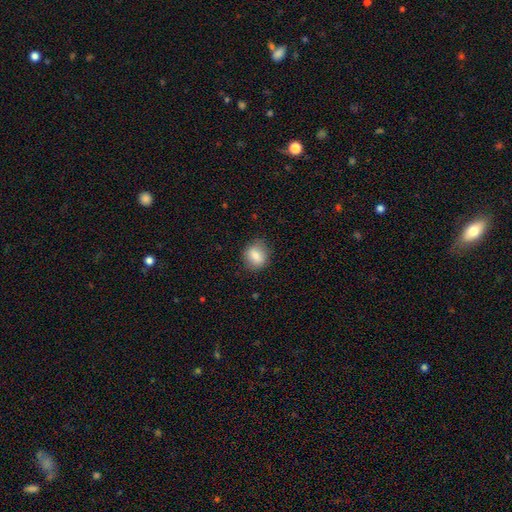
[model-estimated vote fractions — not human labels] Q: Smooth or featured?
A: smooth (79%); runner-up: featured or disk (12%)
Q: How rounded?
A: round (65%); runner-up: in between (34%)
Q: Merging?
A: none (81%); runner-up: minor disturbance (14%)